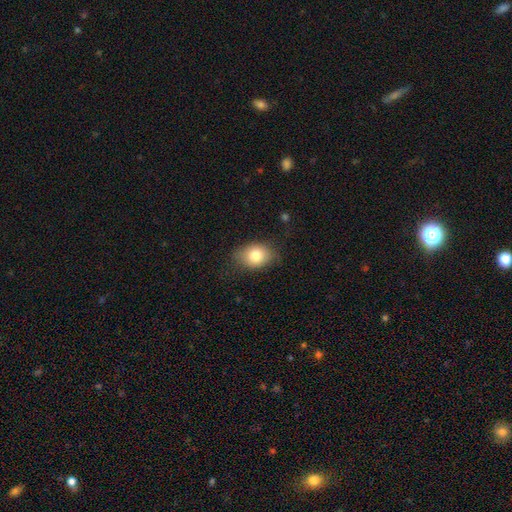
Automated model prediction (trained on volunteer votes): smooth_or_featured: smooth (p=0.79) [alt: featured or disk p=0.12]
how_rounded: in between (p=0.65) [alt: round p=0.34]
merging: none (p=0.75) [alt: minor disturbance p=0.19]